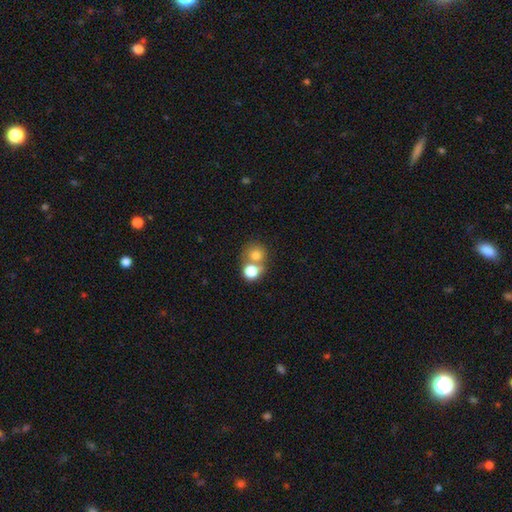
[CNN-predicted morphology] This appears to be a smooth galaxy with no disk features (76%) that is round (81%). Merging: merger (51%).